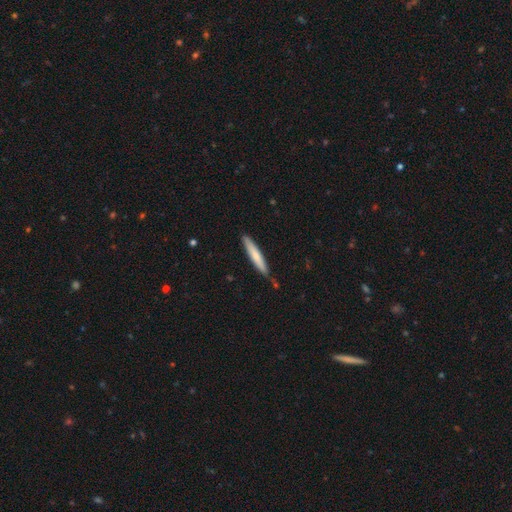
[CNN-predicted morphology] A smooth galaxy with no disk features (71%) that is cigar-shaped (94%). Merging: none (79%).